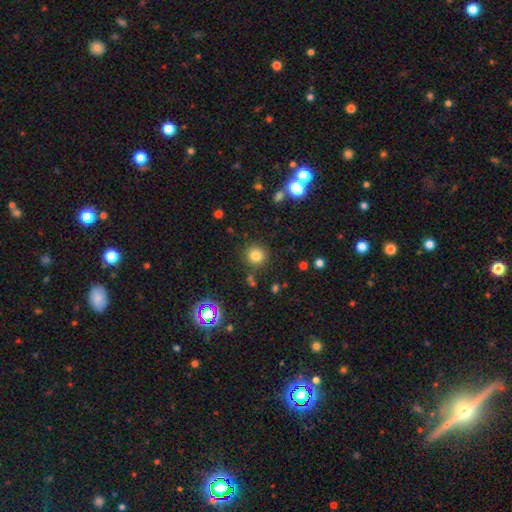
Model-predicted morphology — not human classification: Smooth or featured: smooth — 78% (star or artifact — 15%)
How rounded: round — 93% (in between — 6%)
Merging: none — 86% (minor disturbance — 7%)